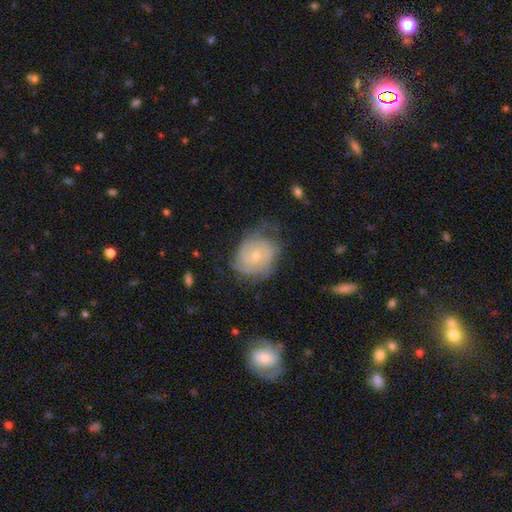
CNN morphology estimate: A featured or disk galaxy (63%) with no bar (77%), tight (61%) spiral arms (83%) and a small central bulge (67%). Merging: none (54%).